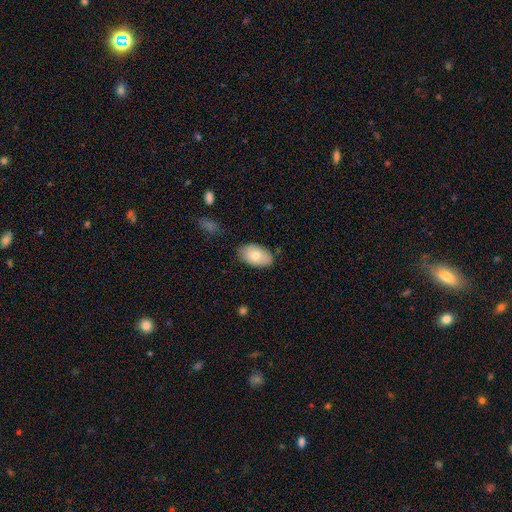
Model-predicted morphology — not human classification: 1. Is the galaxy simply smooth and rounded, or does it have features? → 78% smooth, 16% featured or disk, 6% star or artifact.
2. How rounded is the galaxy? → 93% in between, 5% round, 1% cigar-shaped.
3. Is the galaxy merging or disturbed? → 80% none, 16% minor disturbance, 3% major disturbance, 2% merger.